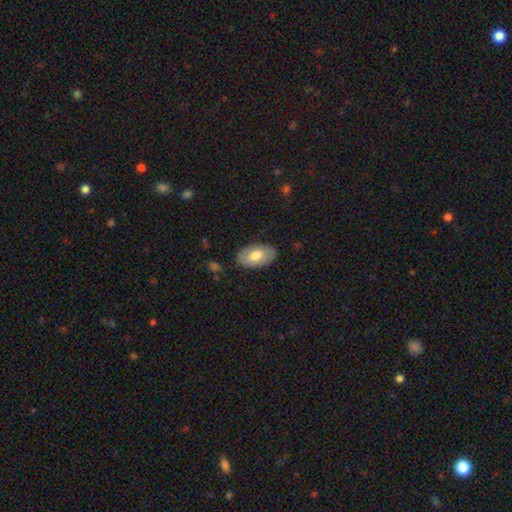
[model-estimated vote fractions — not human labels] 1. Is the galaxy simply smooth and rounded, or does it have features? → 70% smooth, 24% featured or disk, 6% star or artifact.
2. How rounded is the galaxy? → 94% in between, 5% round, 1% cigar-shaped.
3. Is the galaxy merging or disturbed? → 85% none, 11% minor disturbance, 3% major disturbance, 1% merger.